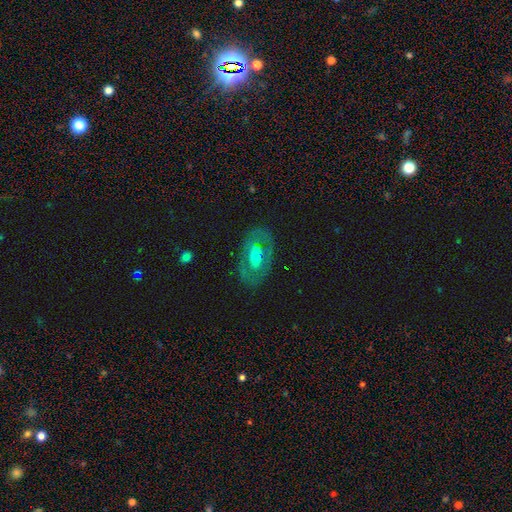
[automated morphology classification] featured or disk 62%, smooth 31%, star or artifact 7%. Down the decision tree: edge-on disk — no (92%); bar — no (57%); spiral arms — no (71%); bulge size — moderate (47%); merging — none (75%).